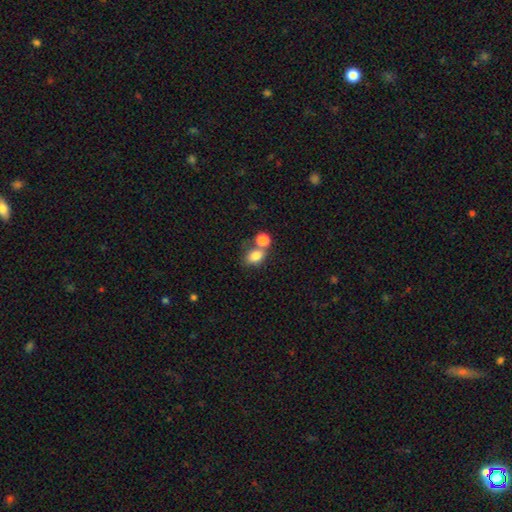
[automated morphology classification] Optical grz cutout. It shows a smooth galaxy with no disk features (81%) that is in between round and cigar-shaped (66%). Merging: merger (43%).